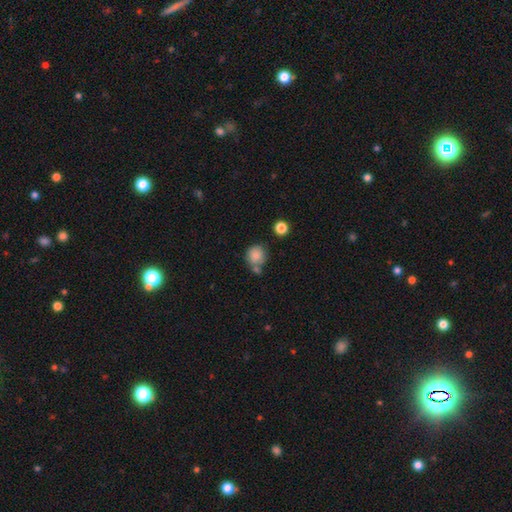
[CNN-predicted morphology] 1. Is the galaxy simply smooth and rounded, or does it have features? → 84% smooth, 9% star or artifact, 7% featured or disk.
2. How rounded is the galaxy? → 88% round, 11% in between, 1% cigar-shaped.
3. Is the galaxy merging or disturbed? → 57% none, 24% merger, 14% minor disturbance, 5% major disturbance.